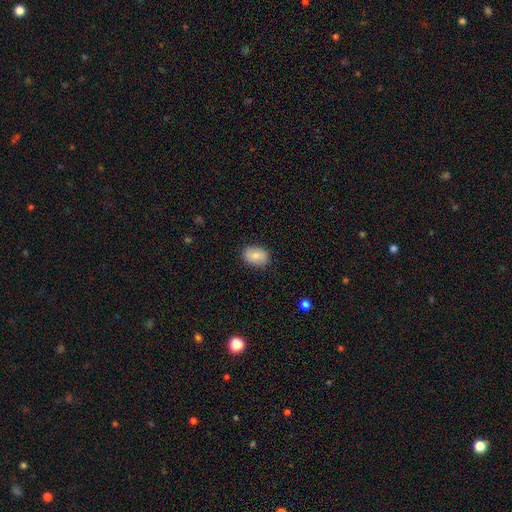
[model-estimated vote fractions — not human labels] Smooth or featured?
  - smooth: 74% *
  - featured or disk: 19%
  - star or artifact: 7%
How rounded?
  - in between: 69% *
  - round: 29%
  - cigar-shaped: 1%
Merging?
  - none: 84% *
  - minor disturbance: 12%
  - major disturbance: 3%
  - merger: 1%